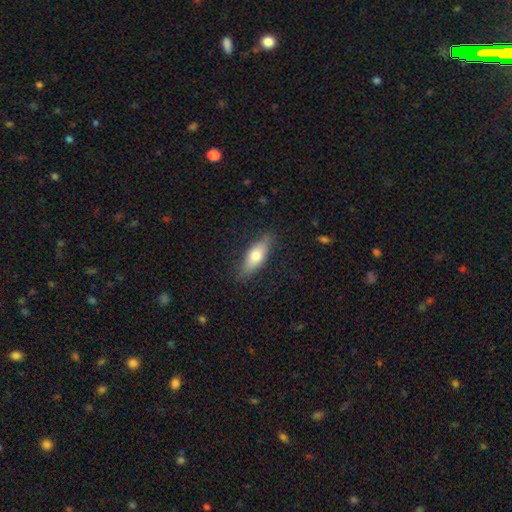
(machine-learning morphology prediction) smooth_or_featured: smooth (p=0.68) [alt: featured or disk p=0.26]
how_rounded: in between (p=0.64) [alt: cigar-shaped p=0.33]
merging: none (p=0.81) [alt: minor disturbance p=0.14]